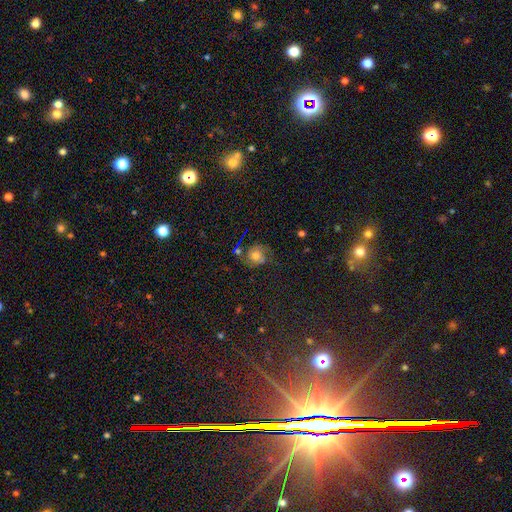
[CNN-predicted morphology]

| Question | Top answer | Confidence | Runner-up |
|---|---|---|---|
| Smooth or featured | smooth | 44% | featured or disk (41%) |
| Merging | none | 56% | minor disturbance (23%) |